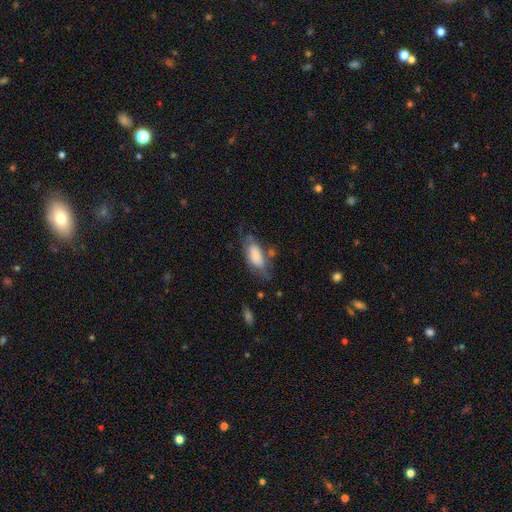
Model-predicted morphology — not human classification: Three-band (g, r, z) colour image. It shows a smooth galaxy with no disk features (76%) that is in between round and cigar-shaped (85%). Merging: none (48%).